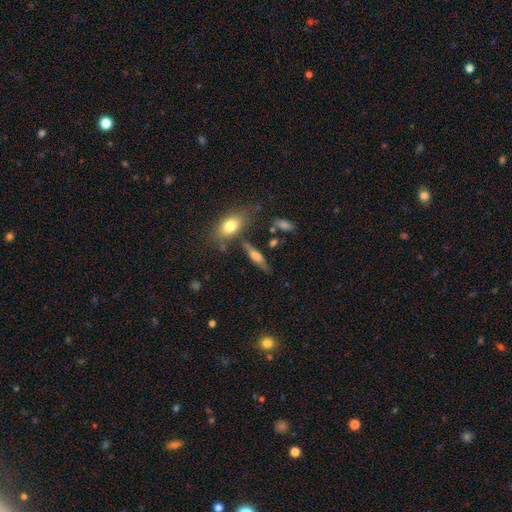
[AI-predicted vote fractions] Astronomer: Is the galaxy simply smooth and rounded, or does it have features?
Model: smooth — 56% (runner-up: featured or disk, 35%).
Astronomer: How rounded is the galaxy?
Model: cigar-shaped — 54% (runner-up: in between, 41%).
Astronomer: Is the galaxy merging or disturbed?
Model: none — 66%.